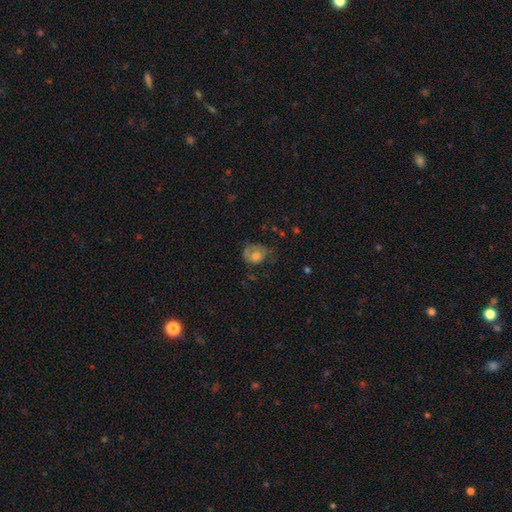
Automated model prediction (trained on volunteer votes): This appears to be a smooth galaxy with no disk features (58%) that is round (51%). Merging: none (38%).